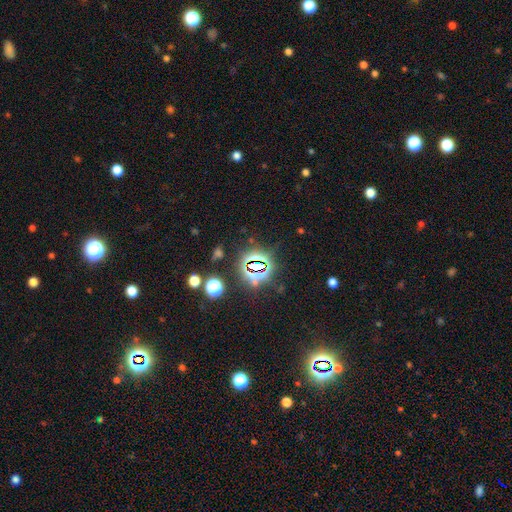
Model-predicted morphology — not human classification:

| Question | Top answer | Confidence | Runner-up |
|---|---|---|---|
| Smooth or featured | star or artifact | 79% | smooth (13%) |